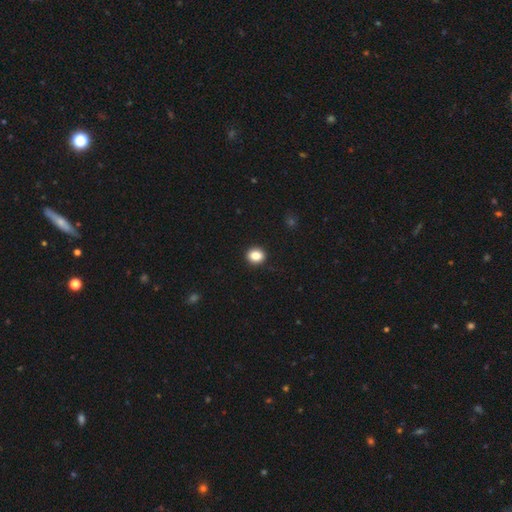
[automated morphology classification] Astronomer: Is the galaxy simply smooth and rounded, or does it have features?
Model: smooth — 86%.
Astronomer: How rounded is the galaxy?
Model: round — 75%.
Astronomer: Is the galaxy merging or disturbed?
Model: none — 92%.